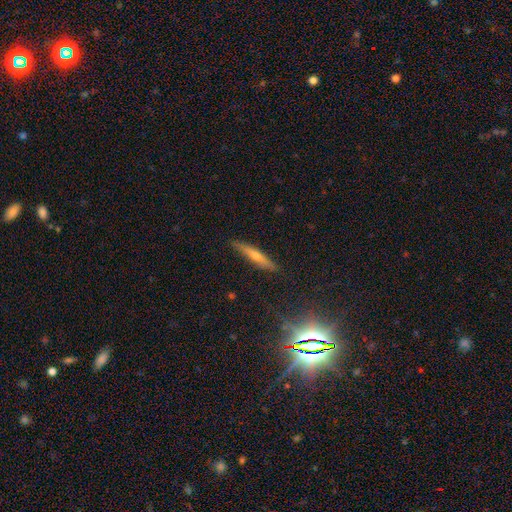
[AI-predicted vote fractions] Overall: featured or disk (44%; smooth 43%). Merging: none (87%).